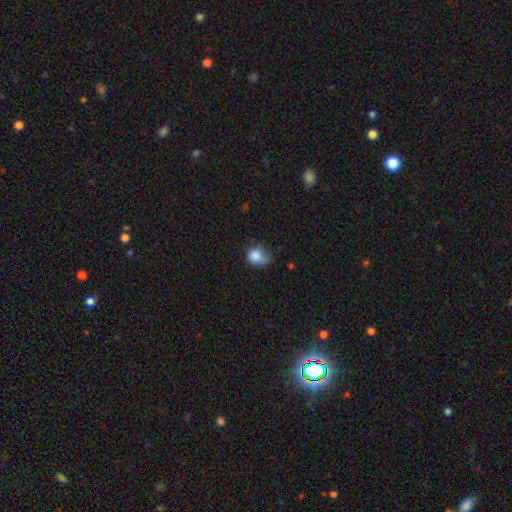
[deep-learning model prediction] smooth-or-featured: smooth: 84% | star or artifact: 8% | featured or disk: 8%
  how-rounded: round: 66% | in between: 33% | cigar-shaped: 1%
  merging: minor disturbance: 42% | none: 38% | major disturbance: 18% | merger: 3%